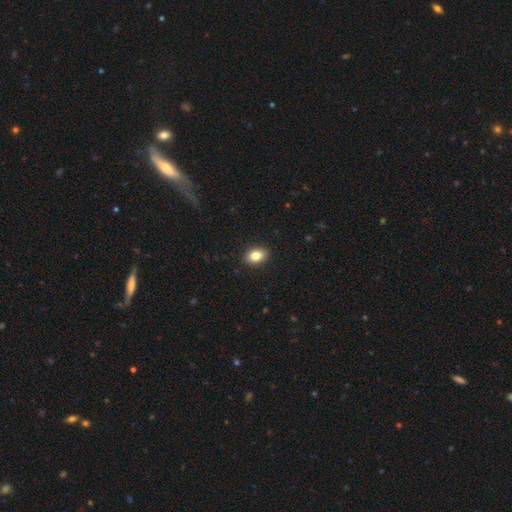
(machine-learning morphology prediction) Smooth or featured? smooth (84%)
How rounded? in between (78%)
Merging? none (90%)